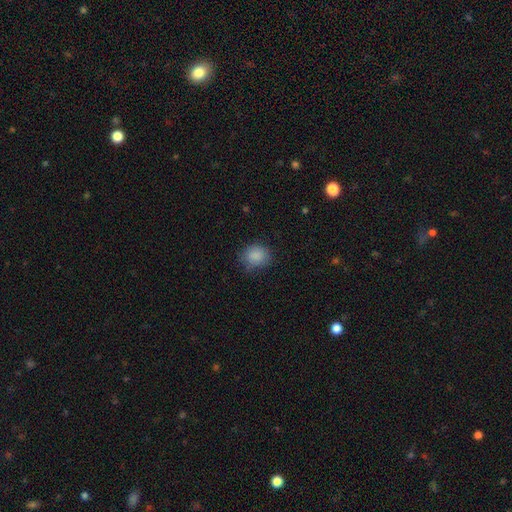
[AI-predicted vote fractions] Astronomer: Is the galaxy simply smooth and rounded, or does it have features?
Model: smooth — 87%.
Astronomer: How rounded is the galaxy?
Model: round — 63%.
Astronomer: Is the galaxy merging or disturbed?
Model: none — 75%.